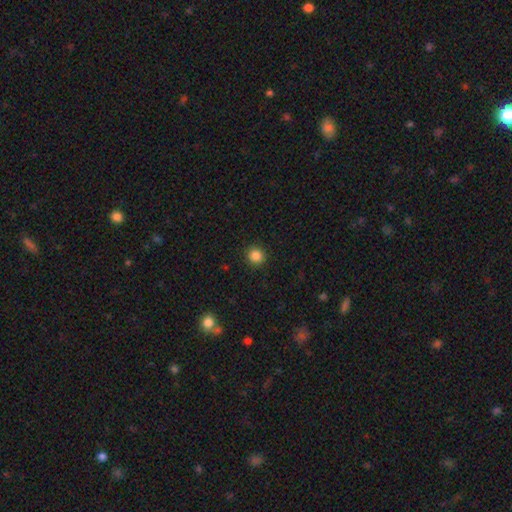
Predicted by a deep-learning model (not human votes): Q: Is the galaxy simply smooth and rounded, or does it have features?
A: smooth — 85%.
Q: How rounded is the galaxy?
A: round — 93%.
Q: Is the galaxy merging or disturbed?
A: none — 92%.